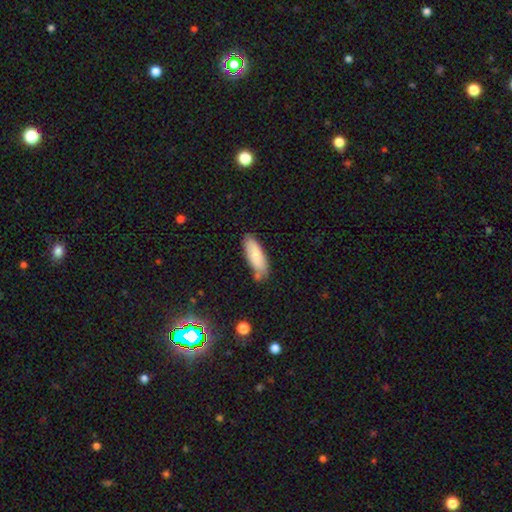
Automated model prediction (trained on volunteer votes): smooth-or-featured: smooth: 82% | featured or disk: 12% | star or artifact: 6%
  how-rounded: in between: 62% | cigar-shaped: 37% | round: 2%
  merging: none: 72% | minor disturbance: 19% | merger: 6% | major disturbance: 3%